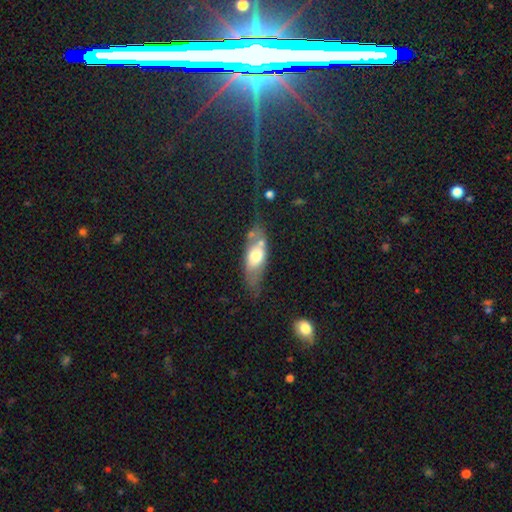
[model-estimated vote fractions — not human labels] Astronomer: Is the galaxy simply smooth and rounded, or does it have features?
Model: smooth — 54% (runner-up: featured or disk, 38%).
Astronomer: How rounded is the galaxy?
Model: in between — 72%.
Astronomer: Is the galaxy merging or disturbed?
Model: none — 51%.